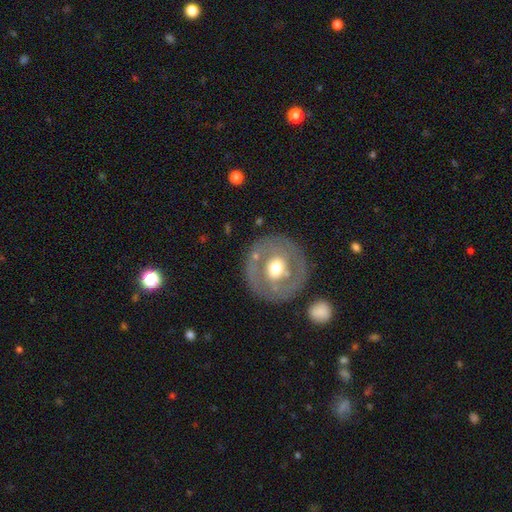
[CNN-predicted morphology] Smooth or featured? Predicted: featured or disk (p=0.58). Edge-on disk? Predicted: no (p=0.95). Bar? Predicted: no (p=0.68). Spiral arms? Predicted: no (p=0.78). Bulge size? Predicted: moderate (p=0.72). Merging? Predicted: none (p=0.81).